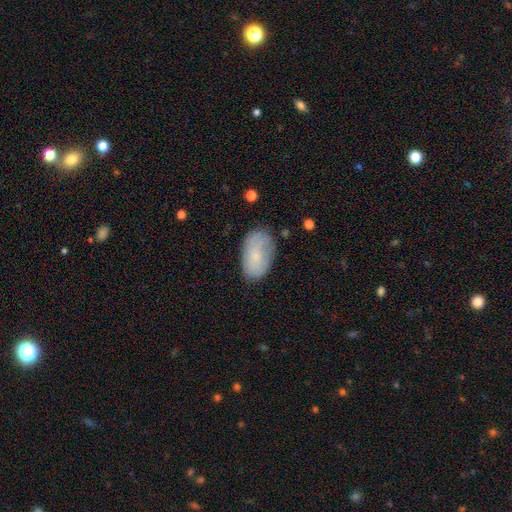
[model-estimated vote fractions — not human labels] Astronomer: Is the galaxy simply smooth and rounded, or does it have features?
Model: smooth — 74%.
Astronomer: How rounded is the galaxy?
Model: in between — 93%.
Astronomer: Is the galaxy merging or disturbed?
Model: none — 75%.